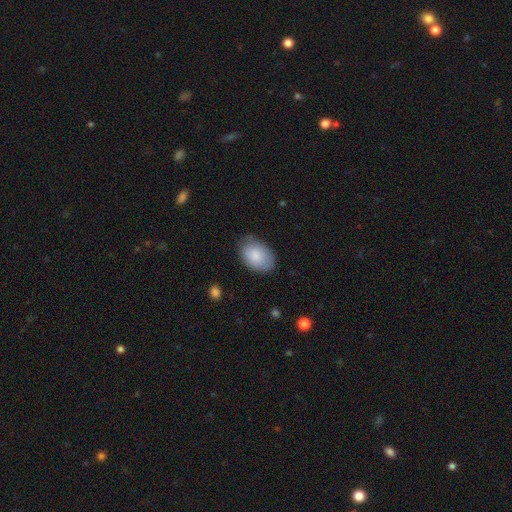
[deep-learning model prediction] A smooth galaxy with no disk features (85%) that is in between round and cigar-shaped (88%). Merging: none (76%).